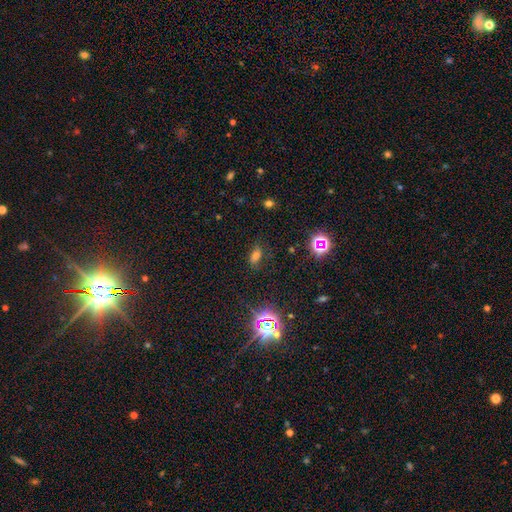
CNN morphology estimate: smooth-or-featured: smooth: 59% | star or artifact: 30% | featured or disk: 11%
  how-rounded: in between: 82% | round: 11% | cigar-shaped: 8%
  merging: none: 77% | minor disturbance: 15% | major disturbance: 6% | merger: 2%